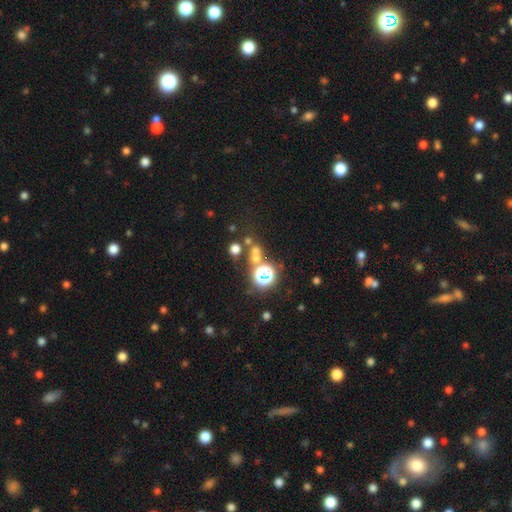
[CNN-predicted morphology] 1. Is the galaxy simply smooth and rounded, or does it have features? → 45% smooth, 43% star or artifact, 12% featured or disk.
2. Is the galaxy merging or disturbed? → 56% none, 29% merger, 9% minor disturbance, 6% major disturbance.